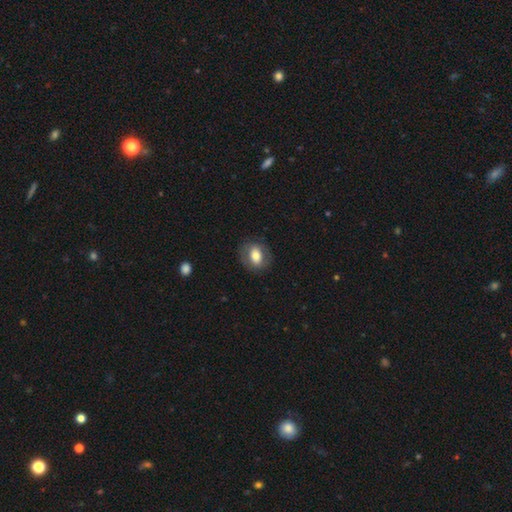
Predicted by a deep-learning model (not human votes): Smooth or featured?
  - smooth: 67% *
  - featured or disk: 25%
  - star or artifact: 7%
How rounded?
  - in between: 64% *
  - round: 34%
  - cigar-shaped: 1%
Merging?
  - none: 81% *
  - minor disturbance: 12%
  - major disturbance: 6%
  - merger: 1%